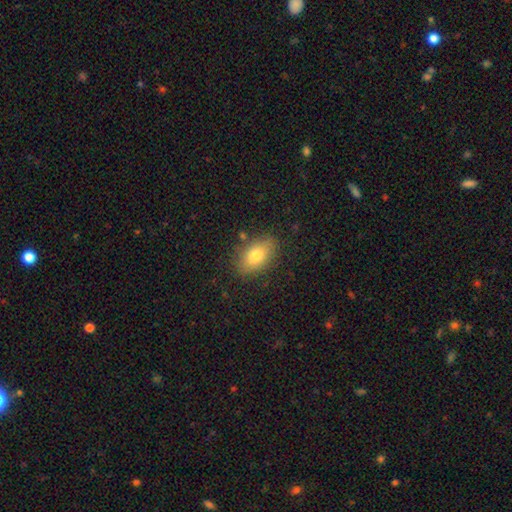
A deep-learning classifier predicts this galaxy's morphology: smooth-or-featured: smooth: 78% | featured or disk: 14% | star or artifact: 8%
  how-rounded: in between: 89% | round: 8% | cigar-shaped: 3%
  merging: none: 83% | minor disturbance: 12% | major disturbance: 3% | merger: 2%